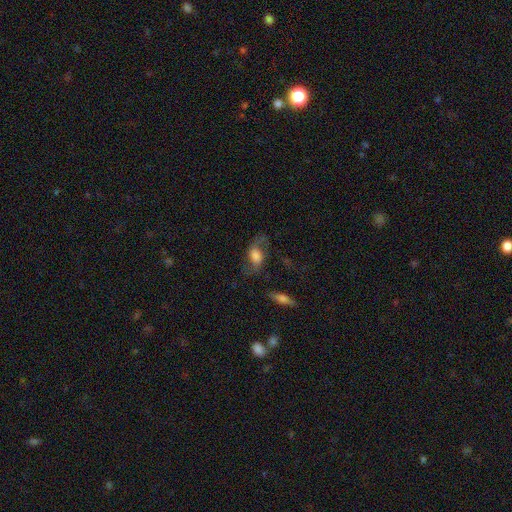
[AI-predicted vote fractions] smooth-or-featured: featured or disk: 53% | smooth: 38% | star or artifact: 10%
  disk-edge-on: no: 89% | yes: 11%
  merging: none: 60% | minor disturbance: 20% | major disturbance: 17% | merger: 3%